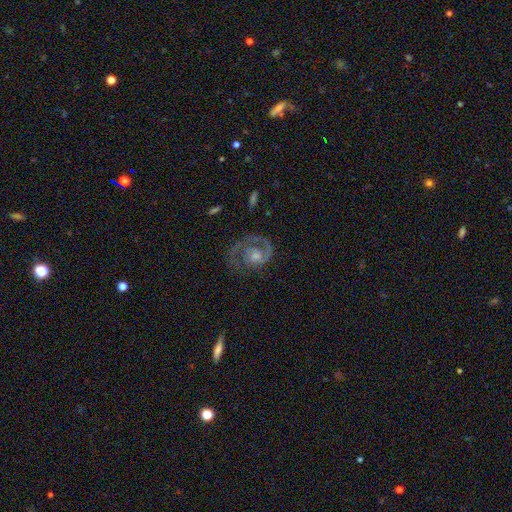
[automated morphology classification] Smooth or featured: featured or disk — 84% (smooth — 10%)
Edge-on disk: no — 97% (yes — 3%)
Bar: no — 74% (weak — 22%)
Spiral arms: yes — 93% (no — 7%)
Spiral winding: tight — 50% (medium — 37%)
Spiral arm count: 1 — 58% (2 — 29%)
Bulge size: moderate — 53% (small — 33%)
Merging: none — 63% (major disturbance — 18%)